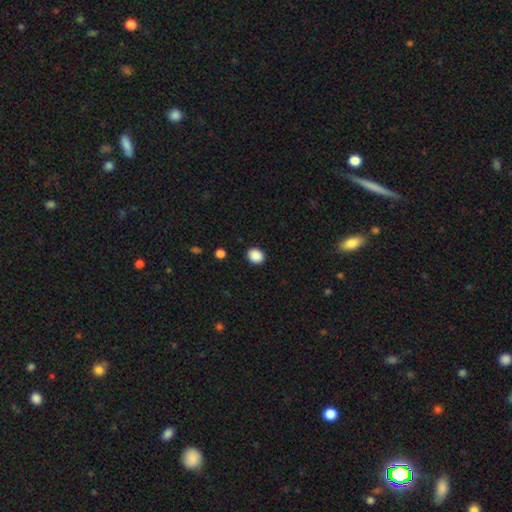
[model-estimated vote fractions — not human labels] A smooth galaxy with no disk features (89%) that is round (61%). Merging: none (90%).